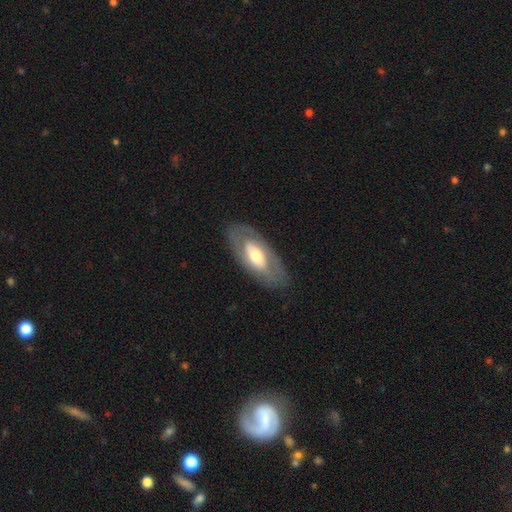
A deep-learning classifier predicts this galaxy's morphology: Smooth or featured: featured or disk — 55% (smooth — 40%)
Edge-on disk: no — 85% (yes — 15%)
Merging: none — 80% (minor disturbance — 13%)